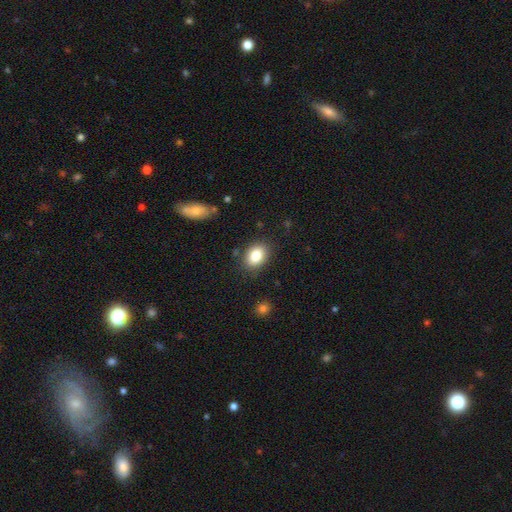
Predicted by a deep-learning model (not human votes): Smooth or featured: smooth — 84% (star or artifact — 8%)
How rounded: in between — 79% (round — 20%)
Merging: none — 83% (minor disturbance — 11%)